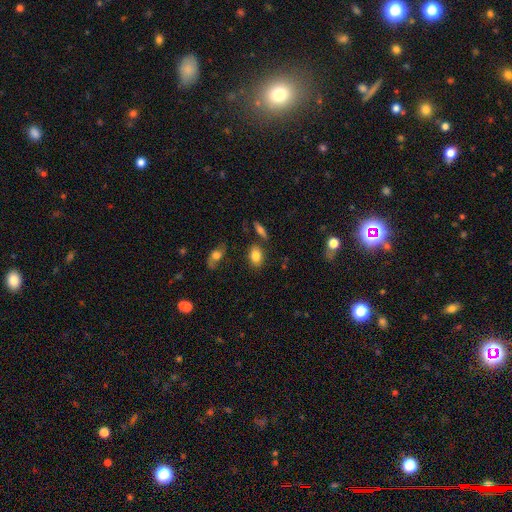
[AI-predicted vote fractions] This appears to be a smooth galaxy with no disk features (81%) that is in between round and cigar-shaped (76%). Merging: none (77%).